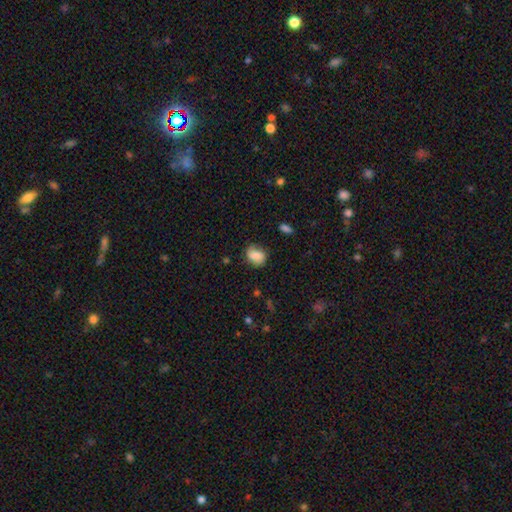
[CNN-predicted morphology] type=smooth (78%); roundness=in between (63%); merging=none (67%).